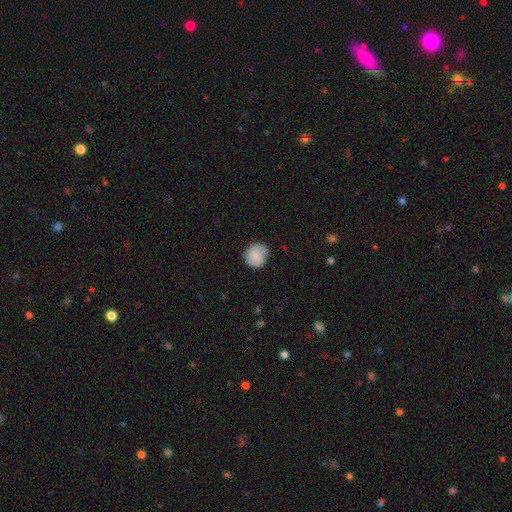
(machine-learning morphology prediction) Q: Smooth or featured?
A: smooth (75%); runner-up: featured or disk (18%)
Q: How rounded?
A: round (86%); runner-up: in between (13%)
Q: Merging?
A: none (77%); runner-up: minor disturbance (17%)